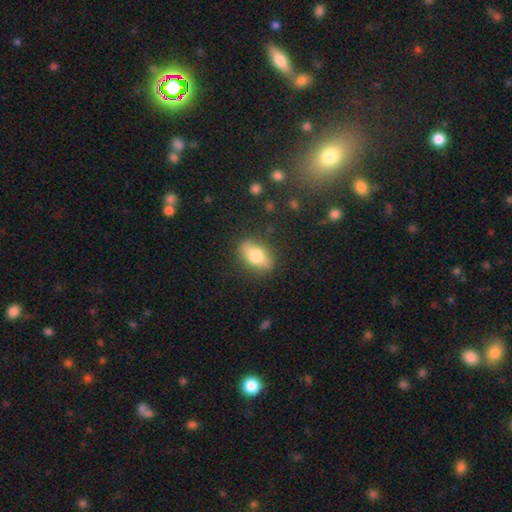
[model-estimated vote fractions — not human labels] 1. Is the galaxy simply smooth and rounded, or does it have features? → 70% smooth, 22% featured or disk, 8% star or artifact.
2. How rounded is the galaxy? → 83% in between, 12% round, 5% cigar-shaped.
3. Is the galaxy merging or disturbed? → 80% none, 14% minor disturbance, 4% major disturbance, 2% merger.